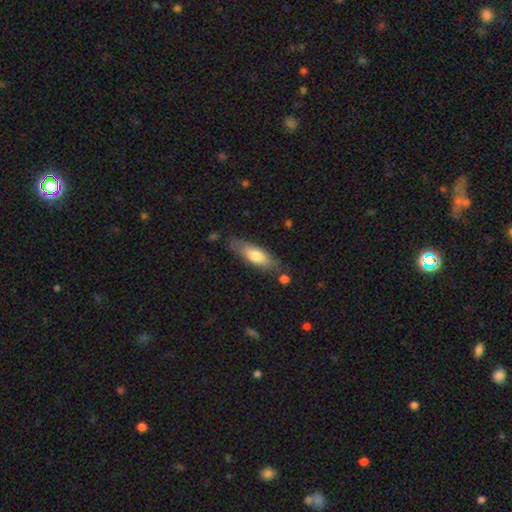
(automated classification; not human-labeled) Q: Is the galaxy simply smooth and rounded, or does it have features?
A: smooth — 70%.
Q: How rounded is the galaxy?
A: in between — 60%.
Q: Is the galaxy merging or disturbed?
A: none — 72%.